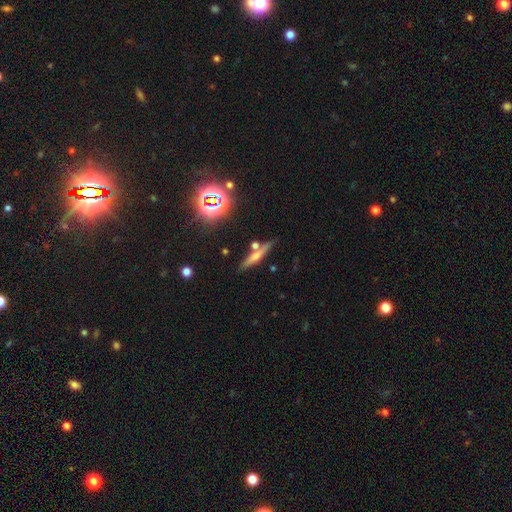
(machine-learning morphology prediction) Smooth or featured: smooth — 44% (featured or disk — 42%)
Merging: none — 74% (merger — 12%)